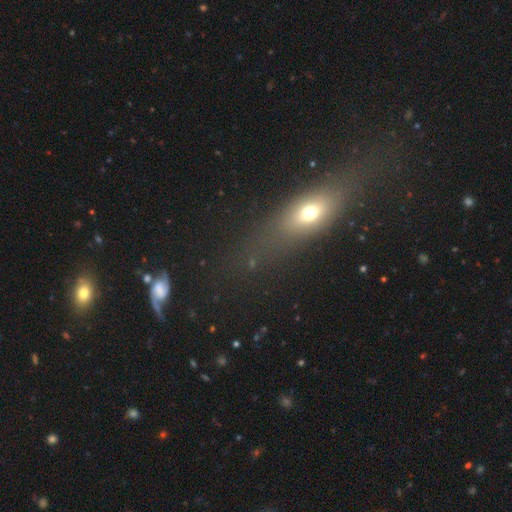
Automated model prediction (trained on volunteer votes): A smooth galaxy with no disk features (46%).

Vote fractions:
- Smooth or featured? smooth: 46% / featured or disk: 35% / star or artifact: 19%
- Merging? none: 77% / minor disturbance: 13% / major disturbance: 7% / merger: 3%